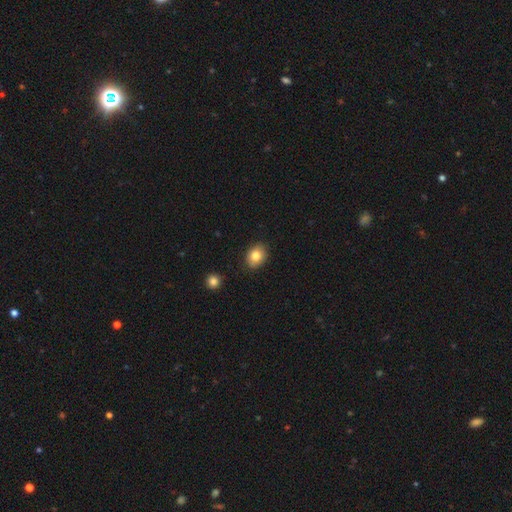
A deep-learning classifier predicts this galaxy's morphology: type=smooth (82%); roundness=in between (62%); merging=none (87%).